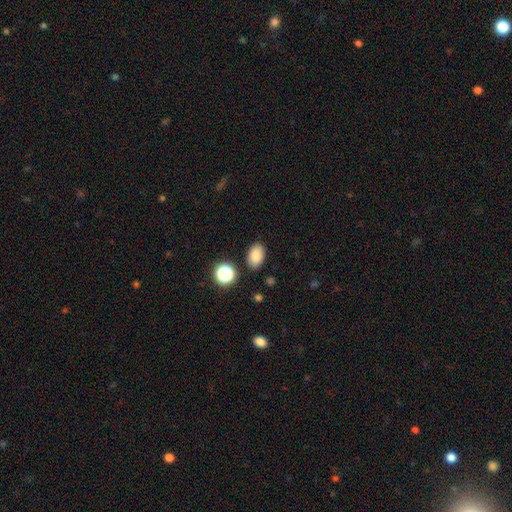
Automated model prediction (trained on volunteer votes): Q: Smooth or featured?
A: smooth (83%); runner-up: star or artifact (11%)
Q: How rounded?
A: in between (86%); runner-up: round (13%)
Q: Merging?
A: none (86%); runner-up: minor disturbance (9%)